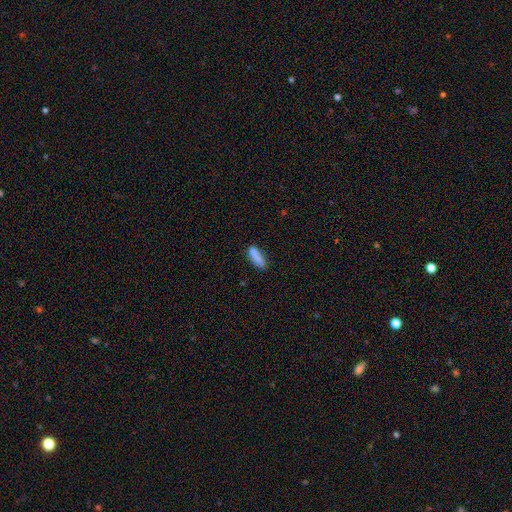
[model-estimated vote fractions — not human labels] A smooth galaxy with no disk features (81%) that is cigar-shaped (52%).

Vote fractions:
- Smooth or featured? smooth: 81% / featured or disk: 11% / star or artifact: 8%
- How rounded? cigar-shaped: 52% / in between: 46% / round: 2%
- Merging? none: 60% / minor disturbance: 21% / merger: 13% / major disturbance: 6%